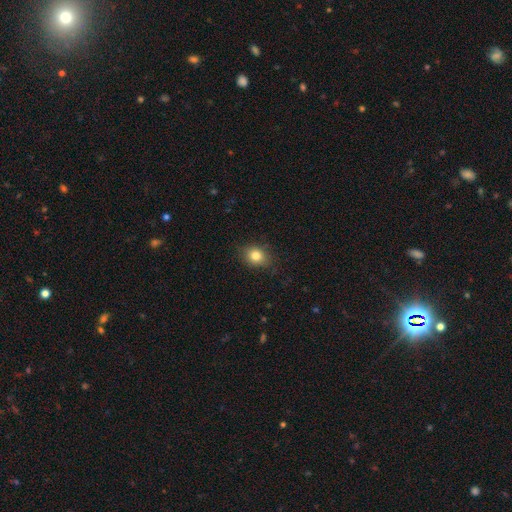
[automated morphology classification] type=smooth (82%); roundness=round (50%); merging=none (84%).